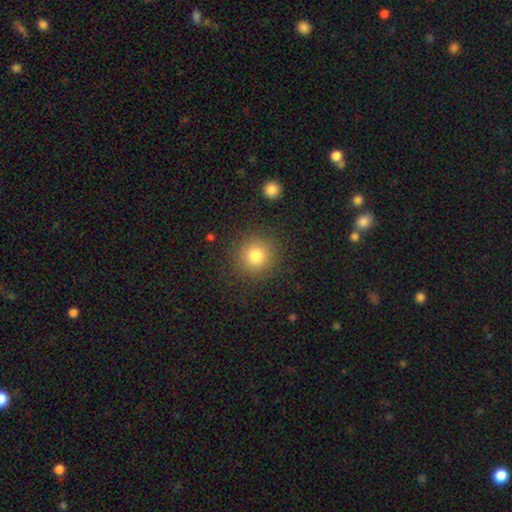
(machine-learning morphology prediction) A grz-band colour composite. It shows a smooth galaxy with no disk features (80%) that is round (93%). Merging: none (88%).